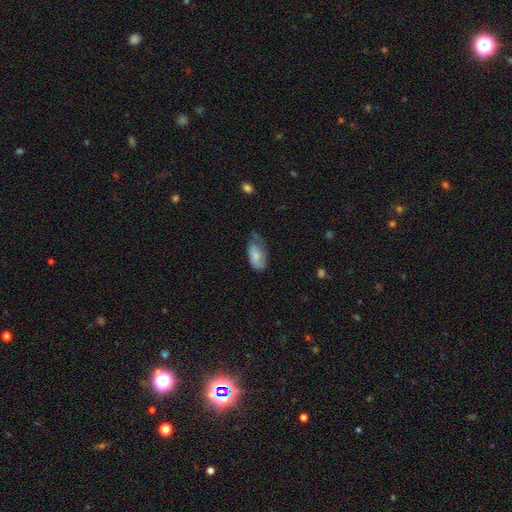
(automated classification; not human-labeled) smooth_or_featured: smooth (p=0.71) [alt: featured or disk p=0.23]
how_rounded: in between (p=0.92) [alt: cigar-shaped p=0.04]
merging: minor disturbance (p=0.41) [alt: none p=0.35]